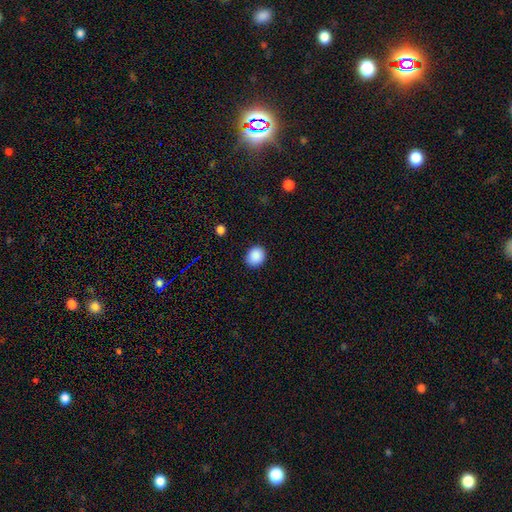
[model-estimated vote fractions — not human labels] Smooth or featured? Predicted: smooth (p=0.89). How rounded? Predicted: round (p=0.69). Merging? Predicted: none (p=0.90).